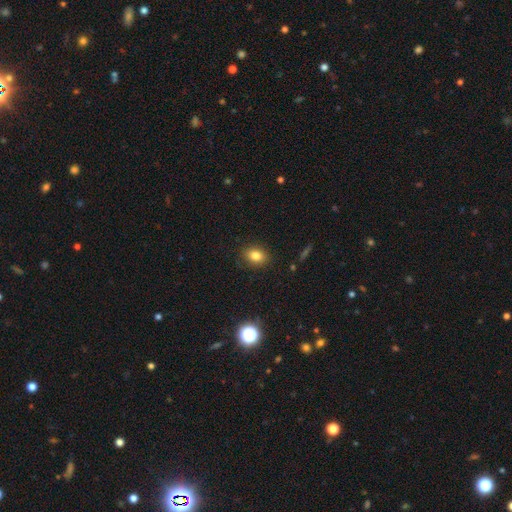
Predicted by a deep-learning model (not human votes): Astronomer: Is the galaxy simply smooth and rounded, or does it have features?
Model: smooth — 82%.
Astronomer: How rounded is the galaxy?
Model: in between — 66%.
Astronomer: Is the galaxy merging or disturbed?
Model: none — 87%.